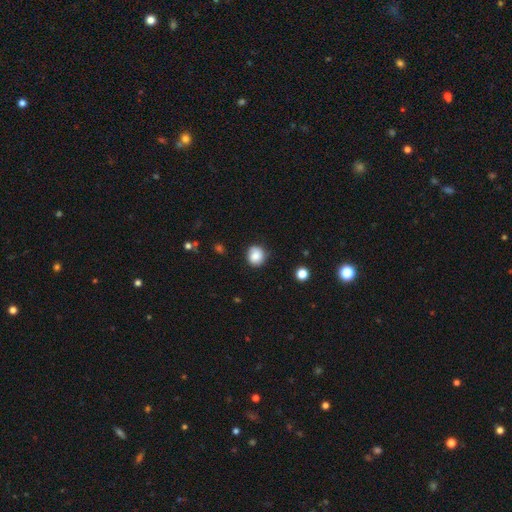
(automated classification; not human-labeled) A smooth galaxy with no disk features (82%) that is round (86%). Merging: none (80%).